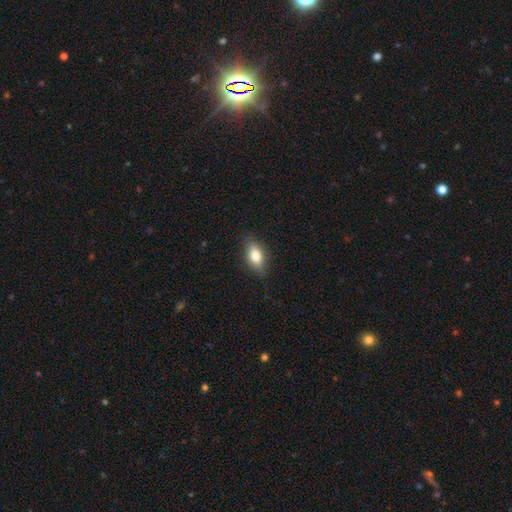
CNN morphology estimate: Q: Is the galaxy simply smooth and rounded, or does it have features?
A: smooth — 74%.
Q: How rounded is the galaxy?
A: in between — 84%.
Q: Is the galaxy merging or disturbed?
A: none — 84%.